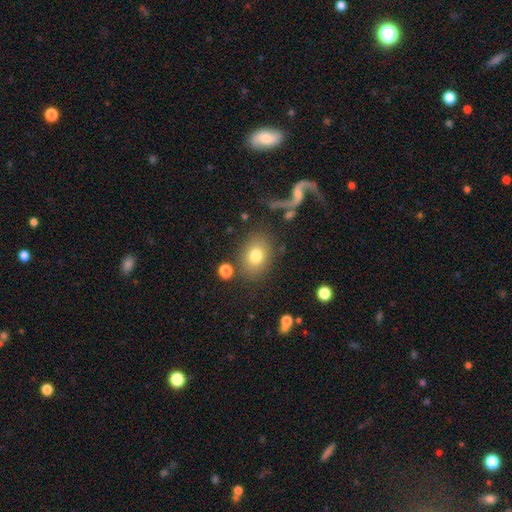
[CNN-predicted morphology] Q: Smooth or featured?
A: smooth (77%); runner-up: featured or disk (13%)
Q: How rounded?
A: in between (60%); runner-up: round (39%)
Q: Merging?
A: none (78%); runner-up: minor disturbance (11%)